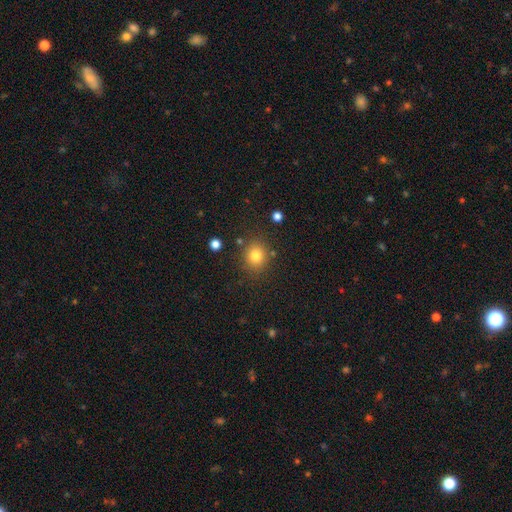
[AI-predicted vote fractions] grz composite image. It shows a smooth galaxy with no disk features (80%) that is round (78%). Merging: none (83%).